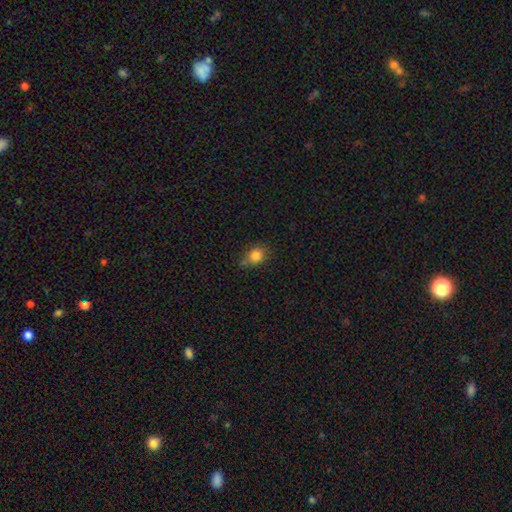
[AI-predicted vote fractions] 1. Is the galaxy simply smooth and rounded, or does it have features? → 83% smooth, 11% star or artifact, 6% featured or disk.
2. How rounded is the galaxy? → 63% round, 35% in between, 1% cigar-shaped.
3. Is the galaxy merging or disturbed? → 66% none, 22% minor disturbance, 7% merger, 5% major disturbance.